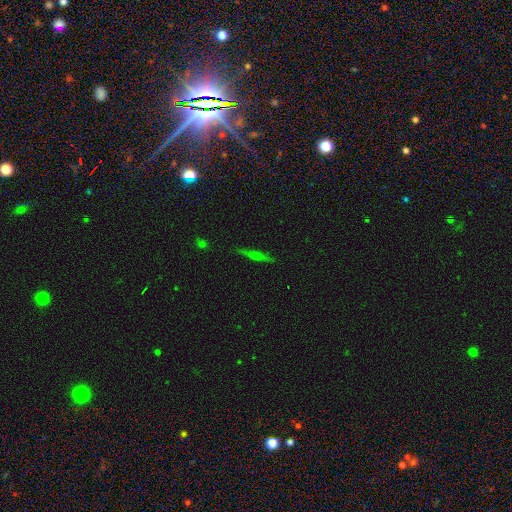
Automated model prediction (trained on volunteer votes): smooth_or_featured: featured or disk (p=0.62) [alt: smooth p=0.26]
disk_edge_on: yes (p=0.96) [alt: no p=0.04]
edge_on_bulge: rounded (p=0.68) [alt: none p=0.18]
merging: none (p=0.90) [alt: minor disturbance p=0.07]